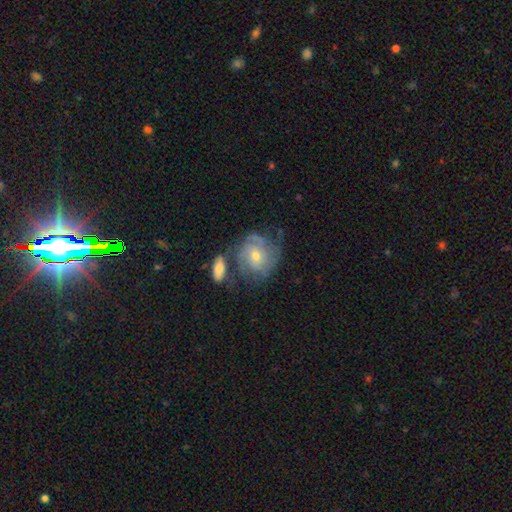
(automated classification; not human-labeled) smooth_or_featured: featured or disk (p=0.63) [alt: smooth p=0.30]
disk_edge_on: no (p=0.96) [alt: yes p=0.04]
bar: no (p=0.73) [alt: weak p=0.23]
has_spiral_arms: yes (p=0.81) [alt: no p=0.19]
bulge_size: moderate (p=0.50) [alt: small p=0.46]
merging: none (p=0.51) [alt: minor disturbance p=0.22]